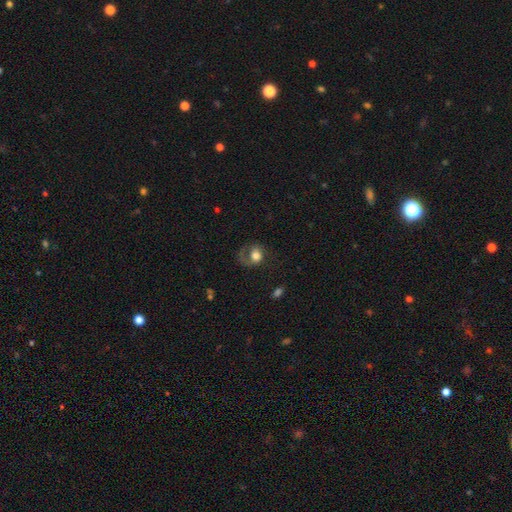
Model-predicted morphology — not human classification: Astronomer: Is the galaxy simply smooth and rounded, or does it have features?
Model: smooth — 53% (runner-up: featured or disk, 38%).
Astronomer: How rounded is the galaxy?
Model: round — 61% (runner-up: in between, 38%).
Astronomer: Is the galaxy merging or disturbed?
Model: major disturbance — 43% (runner-up: none, 36%).